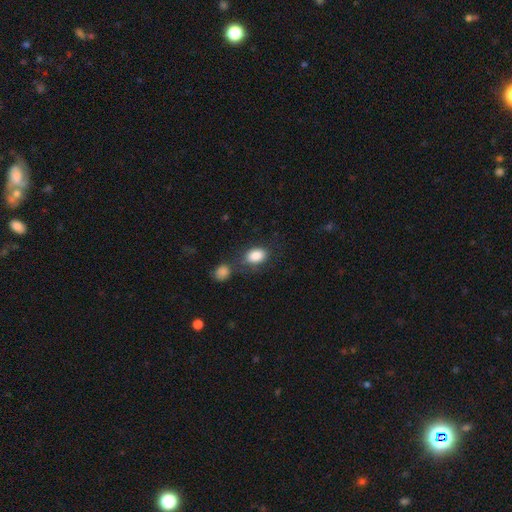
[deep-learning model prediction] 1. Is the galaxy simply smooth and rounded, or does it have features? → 87% smooth, 8% star or artifact, 5% featured or disk.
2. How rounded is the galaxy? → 80% in between, 19% round, 1% cigar-shaped.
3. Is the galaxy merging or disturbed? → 62% none, 16% minor disturbance, 15% merger, 6% major disturbance.